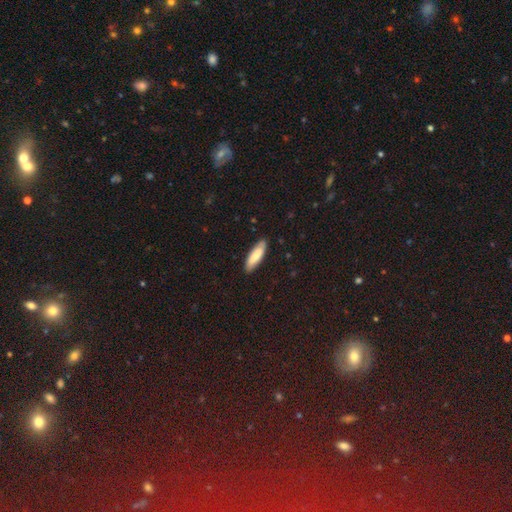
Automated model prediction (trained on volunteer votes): A smooth galaxy with no disk features (79%) that is cigar-shaped (56%). Merging: none (87%).